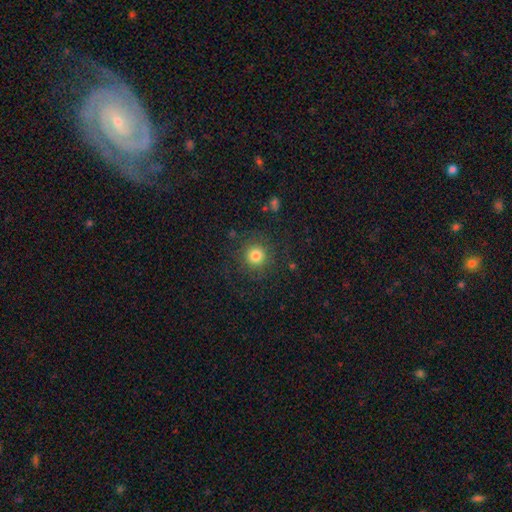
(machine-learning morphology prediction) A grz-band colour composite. It shows a smooth galaxy with no disk features (79%) that is round (94%). Merging: none (83%).